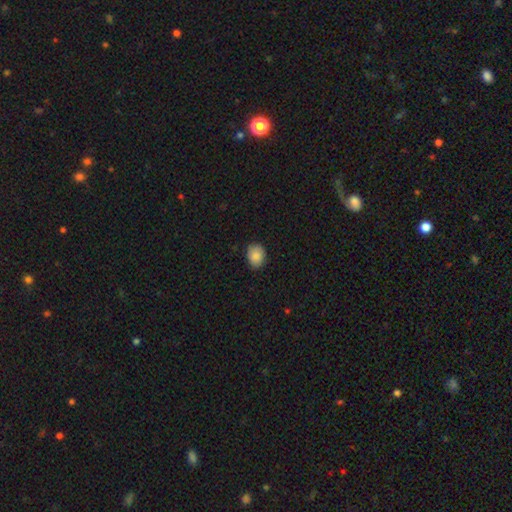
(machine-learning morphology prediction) This is clearly a smooth galaxy (88%). How rounded: possibly in between (52%). Merging: clearly none (81%).